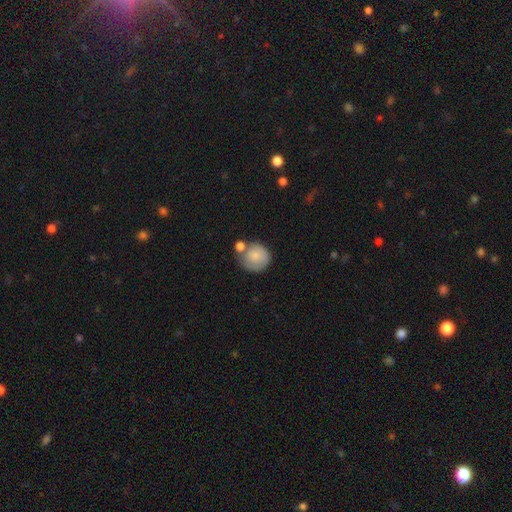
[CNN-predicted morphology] A smooth galaxy with no disk features (78%) that is round (85%). Merging: none (49%).